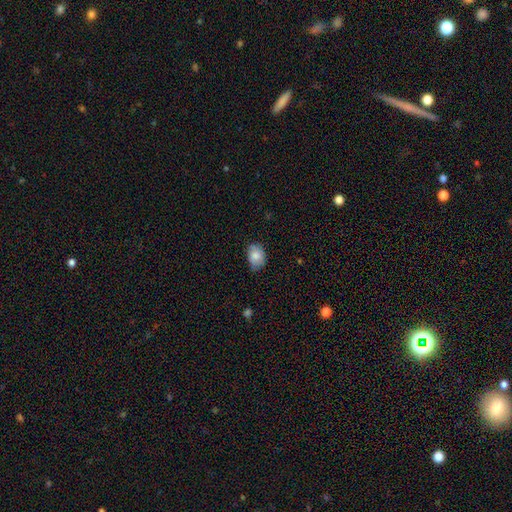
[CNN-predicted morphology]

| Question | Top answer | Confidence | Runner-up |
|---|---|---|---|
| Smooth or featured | smooth | 83% | featured or disk (10%) |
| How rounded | in between | 75% | round (24%) |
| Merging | none | 66% | minor disturbance (28%) |